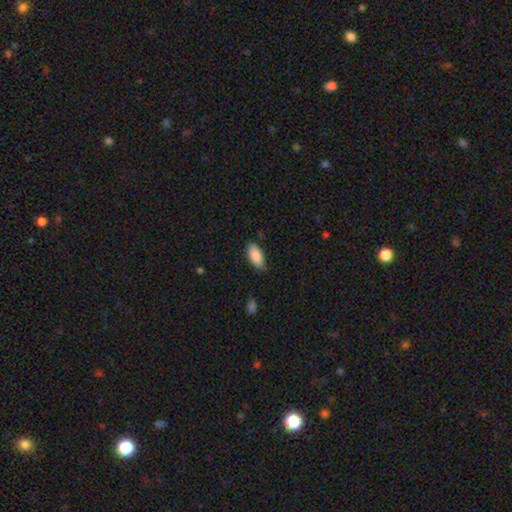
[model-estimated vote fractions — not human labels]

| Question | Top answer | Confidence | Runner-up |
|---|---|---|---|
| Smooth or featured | smooth | 87% | featured or disk (7%) |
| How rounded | in between | 90% | cigar-shaped (7%) |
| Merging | none | 74% | minor disturbance (22%) |